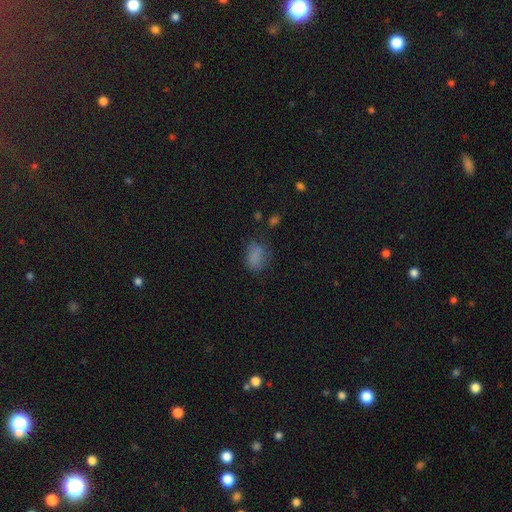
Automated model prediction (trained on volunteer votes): smooth-or-featured: smooth: 77% | star or artifact: 14% | featured or disk: 9%
  how-rounded: in between: 73% | round: 26% | cigar-shaped: 2%
  merging: none: 60% | minor disturbance: 25% | major disturbance: 12% | merger: 3%